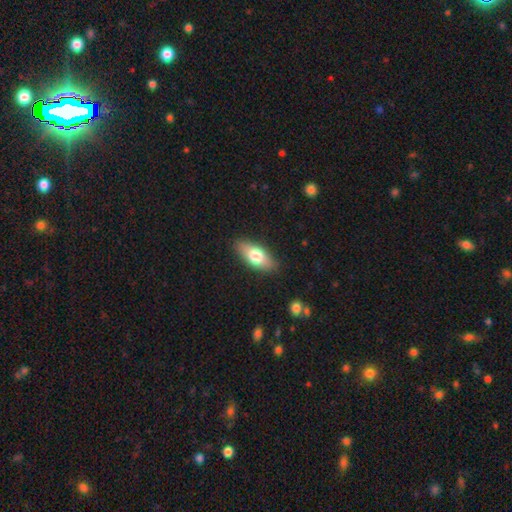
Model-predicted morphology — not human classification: Overall: smooth (68%). How rounded: in between (81%). Merging: none (85%).